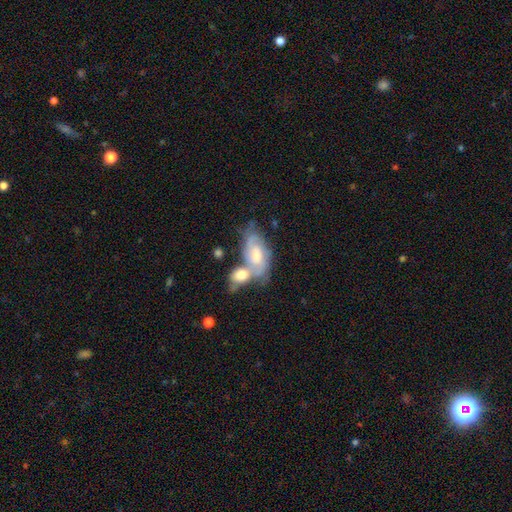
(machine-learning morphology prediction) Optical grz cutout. It shows a featured or disk galaxy (67%) with no bar (54%), 2 (56%) tight (43%) spiral arms (85%) and a moderate central bulge (51%). Merging: merger (49%).